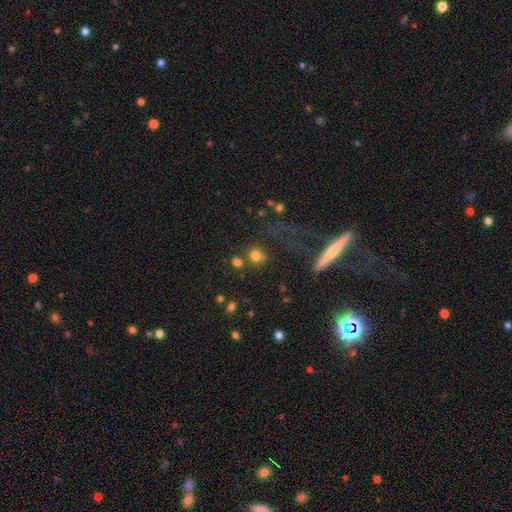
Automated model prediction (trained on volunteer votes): Smooth or featured?
  - smooth: 77% *
  - star or artifact: 14%
  - featured or disk: 8%
How rounded?
  - round: 85% *
  - in between: 13%
  - cigar-shaped: 2%
Merging?
  - none: 70% *
  - merger: 15%
  - minor disturbance: 10%
  - major disturbance: 5%